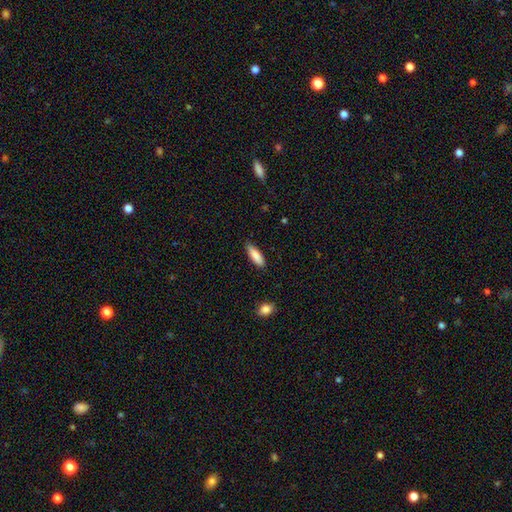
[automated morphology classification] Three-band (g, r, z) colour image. It shows a smooth galaxy with no disk features (87%) that is cigar-shaped (53%). Merging: none (85%).